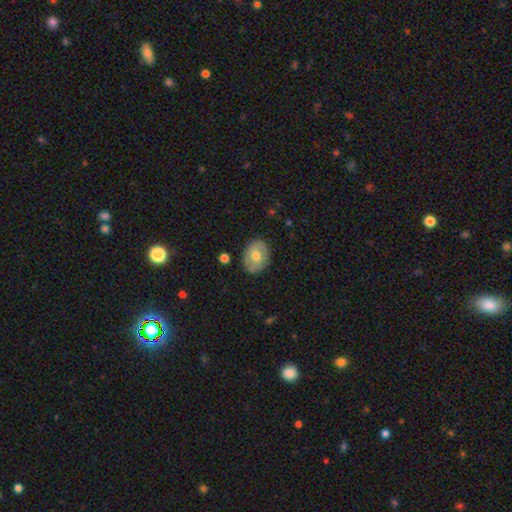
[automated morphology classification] Overall: smooth (56%; featured or disk 37%). How rounded: in between (60%; round 39%). Merging: none (82%).